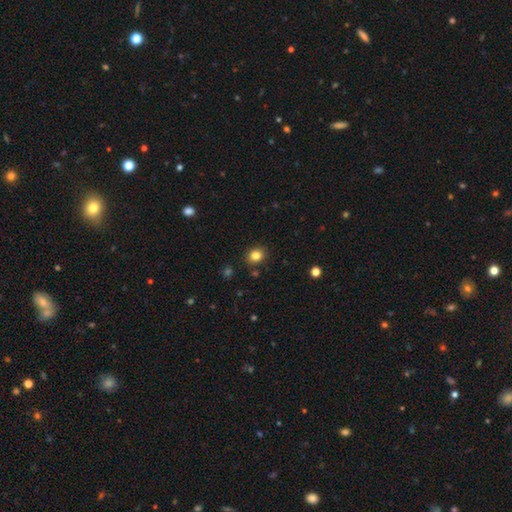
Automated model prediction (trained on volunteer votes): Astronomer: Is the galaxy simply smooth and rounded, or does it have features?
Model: smooth — 83%.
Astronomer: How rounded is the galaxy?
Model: round — 65%.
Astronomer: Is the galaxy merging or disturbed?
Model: none — 88%.